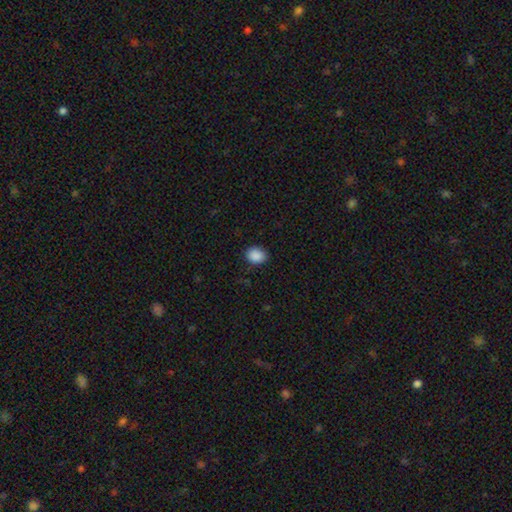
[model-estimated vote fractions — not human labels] Smooth or featured: smooth — 89% (star or artifact — 8%)
How rounded: in between — 56% (round — 43%)
Merging: none — 85% (minor disturbance — 11%)